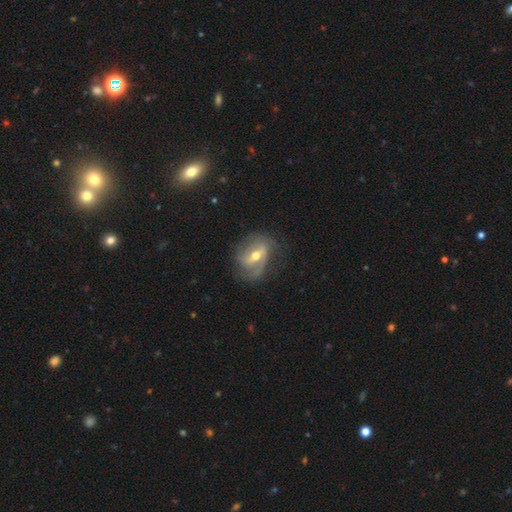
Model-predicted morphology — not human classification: A featured or disk galaxy (80%) with a strong bar (43%), 2 (54%) medium (42%) spiral arms (87%) and a moderate central bulge (72%). Merging: none (60%).